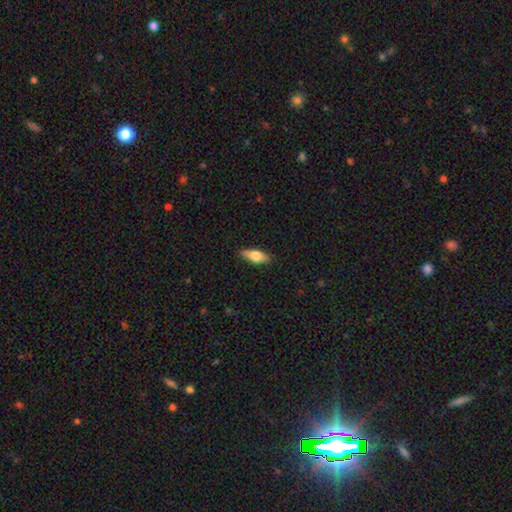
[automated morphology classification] A smooth galaxy with no disk features (61%) that is in between round and cigar-shaped (62%).

Vote fractions:
- Smooth or featured? smooth: 61% / featured or disk: 32% / star or artifact: 6%
- How rounded? in between: 62% / cigar-shaped: 34% / round: 3%
- Merging? none: 87% / minor disturbance: 10% / major disturbance: 2% / merger: 1%